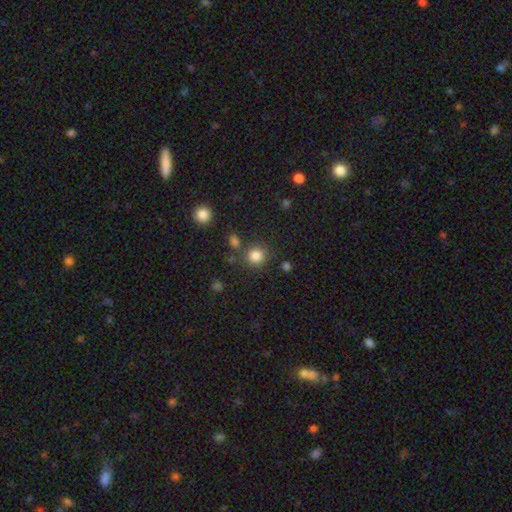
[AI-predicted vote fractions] Morphology: type=smooth (84%); roundness=round (90%); merging=none (79%).